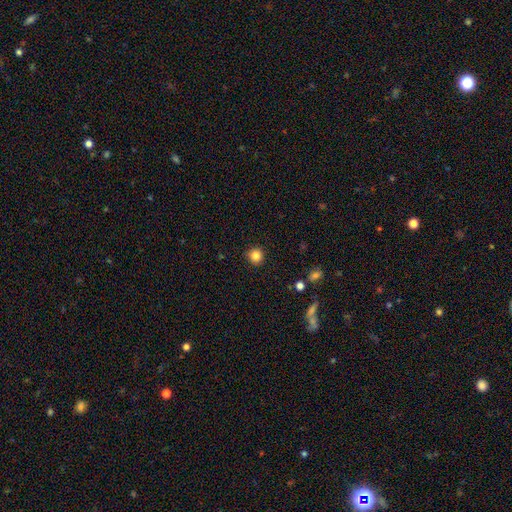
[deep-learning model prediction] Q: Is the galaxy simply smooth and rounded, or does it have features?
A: smooth — 84%.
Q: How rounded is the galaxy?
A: round — 93%.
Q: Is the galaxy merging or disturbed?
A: none — 89%.